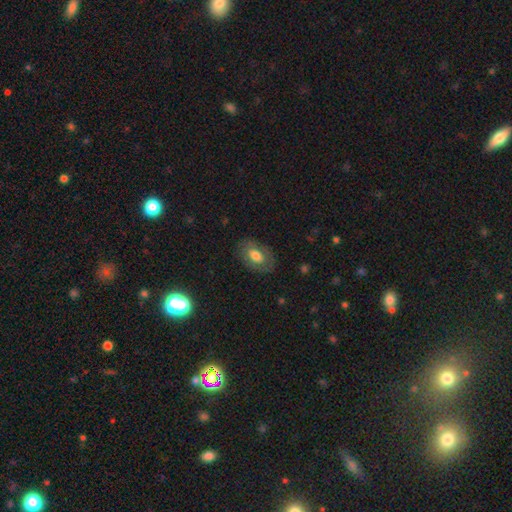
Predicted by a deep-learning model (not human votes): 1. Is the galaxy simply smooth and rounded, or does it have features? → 60% smooth, 32% featured or disk, 7% star or artifact.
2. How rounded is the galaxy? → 88% in between, 10% round, 1% cigar-shaped.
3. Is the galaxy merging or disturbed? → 80% none, 14% minor disturbance, 5% major disturbance, 1% merger.